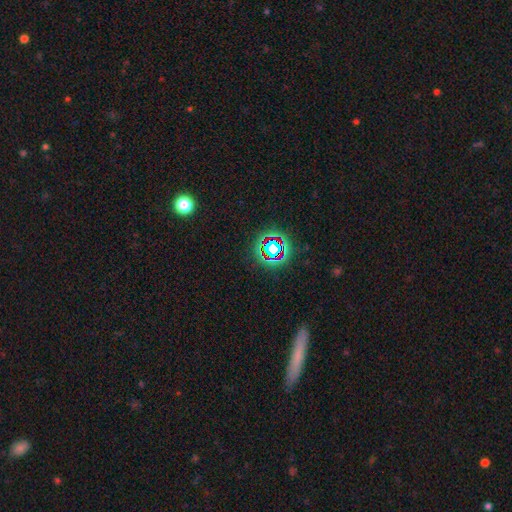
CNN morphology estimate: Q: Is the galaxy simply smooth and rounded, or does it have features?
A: star or artifact — 60%.